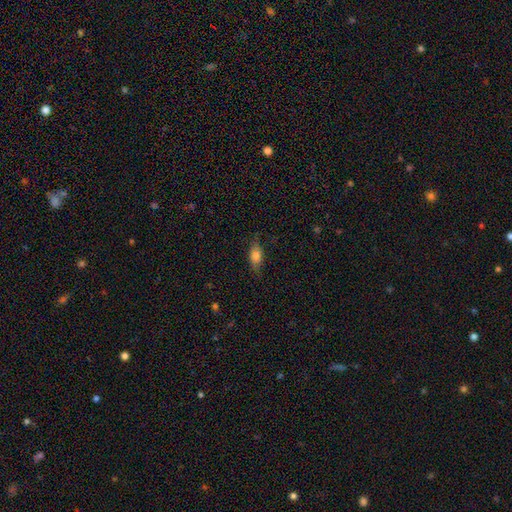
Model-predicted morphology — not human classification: type=smooth (72%); roundness=in between (78%); merging=none (75%).